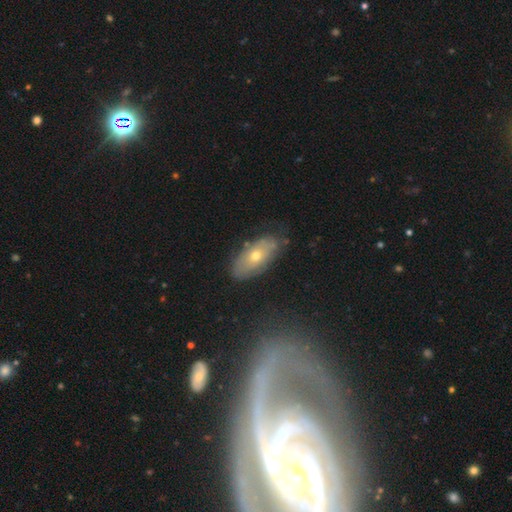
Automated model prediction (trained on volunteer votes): Smooth or featured?
  - smooth: 50% *
  - featured or disk: 42%
  - star or artifact: 9%
Merging?
  - none: 77% *
  - minor disturbance: 17%
  - major disturbance: 4%
  - merger: 2%